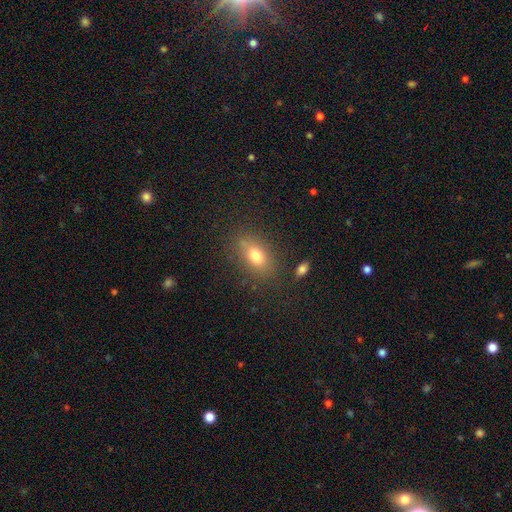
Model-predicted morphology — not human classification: smooth 76%, featured or disk 13%, star or artifact 11%. Down the decision tree: how rounded — in between (81%); merging — none (75%).